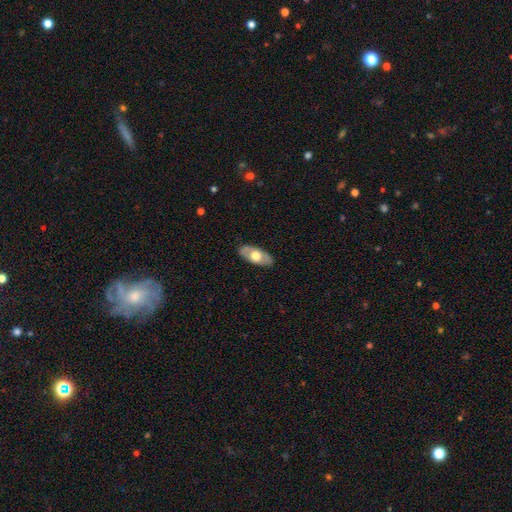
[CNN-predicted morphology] smooth-or-featured: smooth: 52% | featured or disk: 43% | star or artifact: 5%
  how-rounded: in between: 90% | cigar-shaped: 6% | round: 4%
  merging: none: 85% | minor disturbance: 12% | major disturbance: 3% | merger: 1%